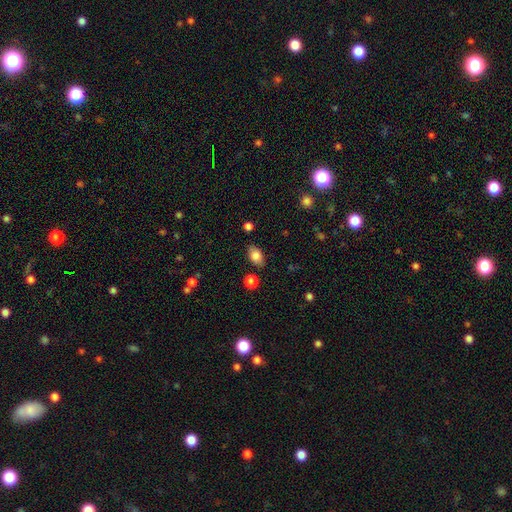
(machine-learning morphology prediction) Smooth or featured? Predicted: smooth (p=0.82). How rounded? Predicted: in between (p=0.85). Merging? Predicted: none (p=0.82).